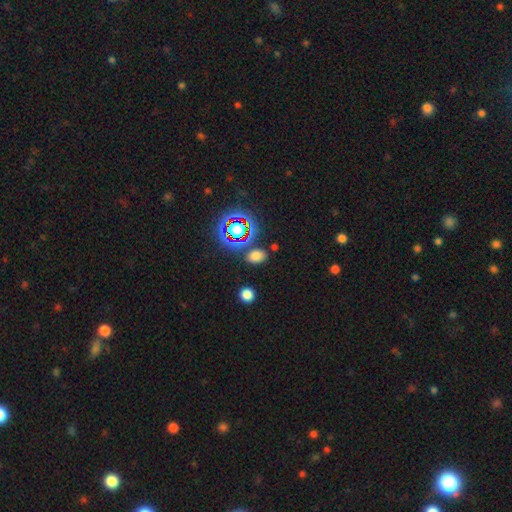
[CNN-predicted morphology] This appears to be a smooth galaxy with no disk features (70%) that is in between round and cigar-shaped (77%). Merging: none (82%).